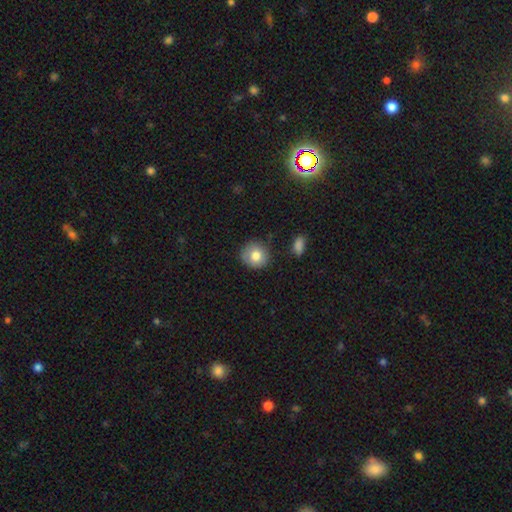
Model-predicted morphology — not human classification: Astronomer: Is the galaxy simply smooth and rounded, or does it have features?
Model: smooth — 80%.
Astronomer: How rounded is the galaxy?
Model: round — 87%.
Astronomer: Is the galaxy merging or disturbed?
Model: none — 79%.